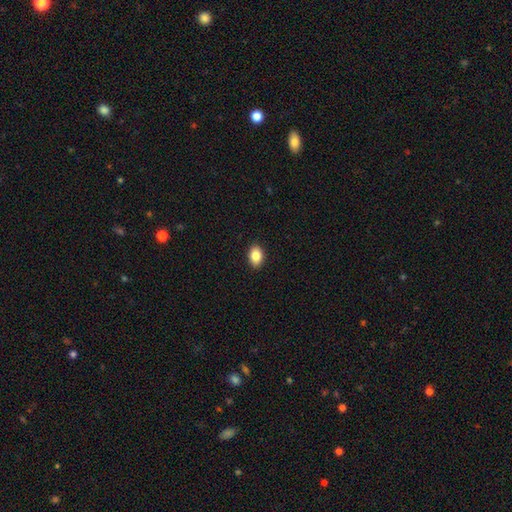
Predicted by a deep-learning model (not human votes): smooth 85%, star or artifact 8%, featured or disk 6%. Down the decision tree: how rounded — in between (81%); merging — none (90%).